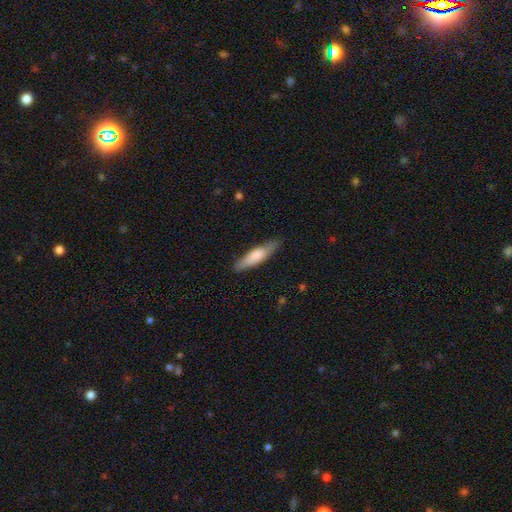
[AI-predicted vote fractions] A smooth galaxy with no disk features (70%) that is cigar-shaped (67%).

Vote fractions:
- Smooth or featured? smooth: 70% / featured or disk: 24% / star or artifact: 5%
- How rounded? cigar-shaped: 67% / in between: 31% / round: 2%
- Merging? none: 83% / minor disturbance: 13% / major disturbance: 3% / merger: 1%